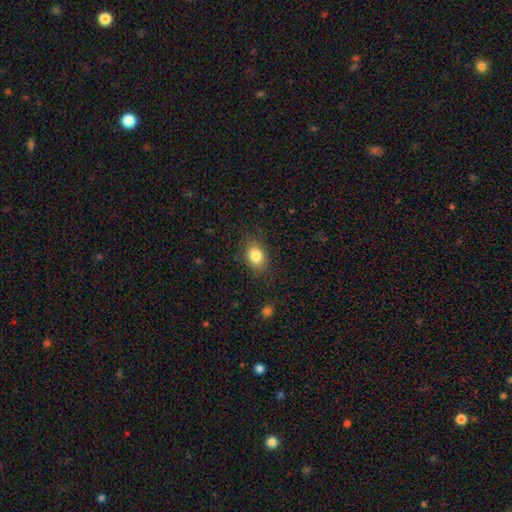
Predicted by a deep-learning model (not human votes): Q: Smooth or featured?
A: smooth (84%); runner-up: star or artifact (8%)
Q: How rounded?
A: in between (76%); runner-up: round (23%)
Q: Merging?
A: none (82%); runner-up: minor disturbance (13%)